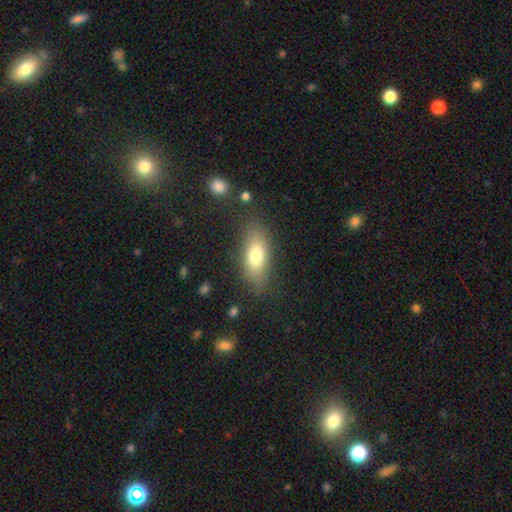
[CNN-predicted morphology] This is likely a smooth galaxy (74%). How rounded: likely in between (79%). Merging: likely none (77%).